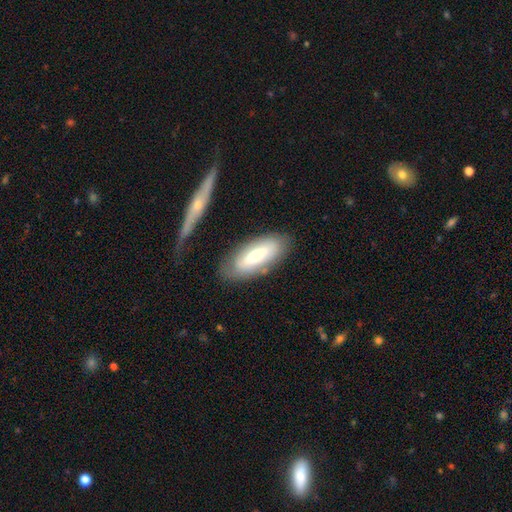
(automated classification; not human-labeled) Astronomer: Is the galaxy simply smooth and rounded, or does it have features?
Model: smooth — 56% (runner-up: featured or disk, 37%).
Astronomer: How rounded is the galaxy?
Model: in between — 79%.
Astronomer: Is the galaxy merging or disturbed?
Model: none — 73%.